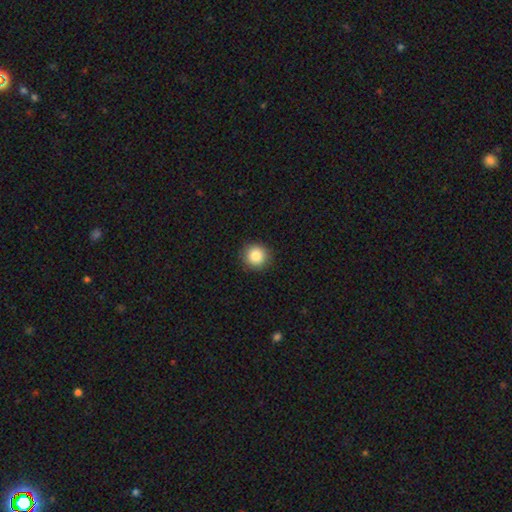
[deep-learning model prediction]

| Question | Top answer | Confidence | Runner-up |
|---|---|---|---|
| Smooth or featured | smooth | 85% | star or artifact (9%) |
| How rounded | round | 94% | in between (5%) |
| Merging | none | 91% | minor disturbance (6%) |